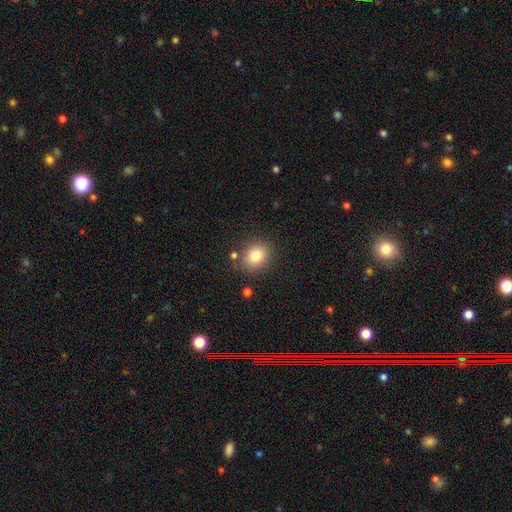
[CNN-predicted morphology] Smooth or featured? Predicted: smooth (p=0.81). How rounded? Predicted: round (p=0.63). Merging? Predicted: none (p=0.81).